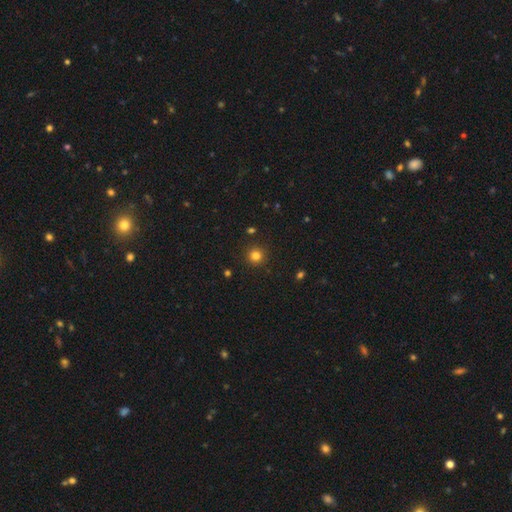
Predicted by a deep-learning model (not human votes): smooth-or-featured: smooth: 81% | star or artifact: 14% | featured or disk: 5%
  how-rounded: round: 95% | in between: 4% | cigar-shaped: 1%
  merging: none: 91% | minor disturbance: 5% | major disturbance: 2% | merger: 1%